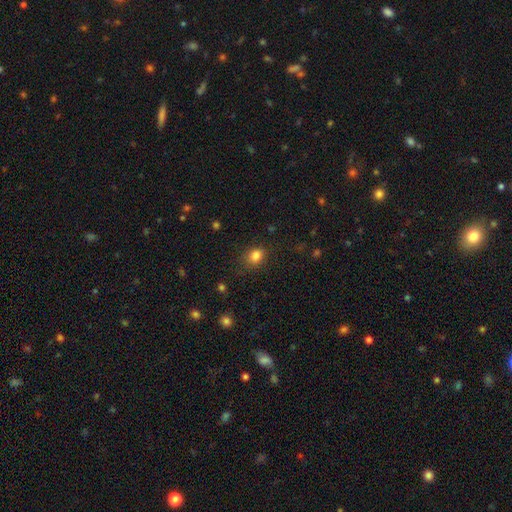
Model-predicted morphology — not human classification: Smooth or featured? Predicted: smooth (p=0.83). How rounded? Predicted: in between (p=0.50). Merging? Predicted: none (p=0.76).